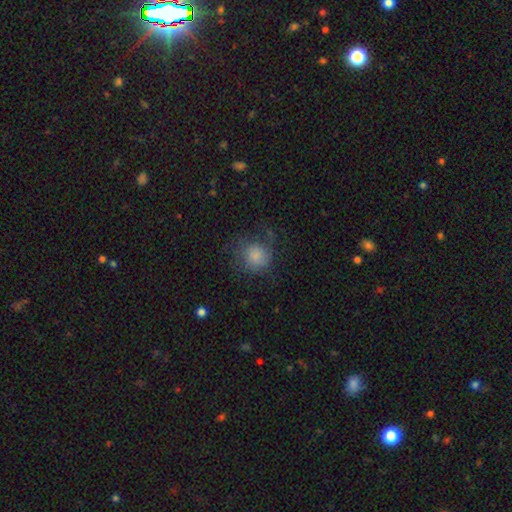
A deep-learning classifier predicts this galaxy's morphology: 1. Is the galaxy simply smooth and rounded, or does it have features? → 70% smooth, 20% featured or disk, 10% star or artifact.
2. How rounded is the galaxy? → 86% round, 13% in between, 1% cigar-shaped.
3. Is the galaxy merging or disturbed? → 51% none, 25% major disturbance, 22% minor disturbance, 2% merger.